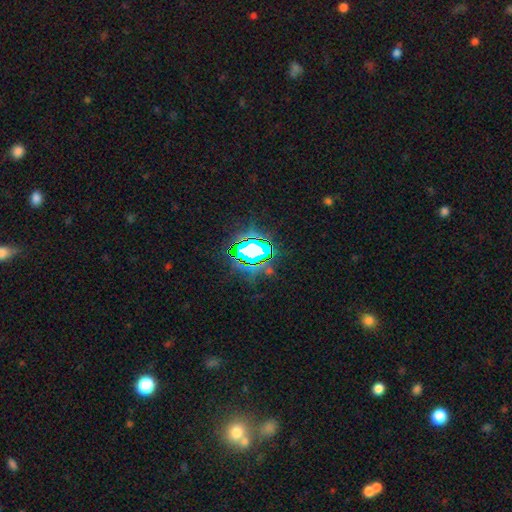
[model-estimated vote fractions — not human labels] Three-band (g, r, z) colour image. It shows a star or artifact, not a galaxy (68%).